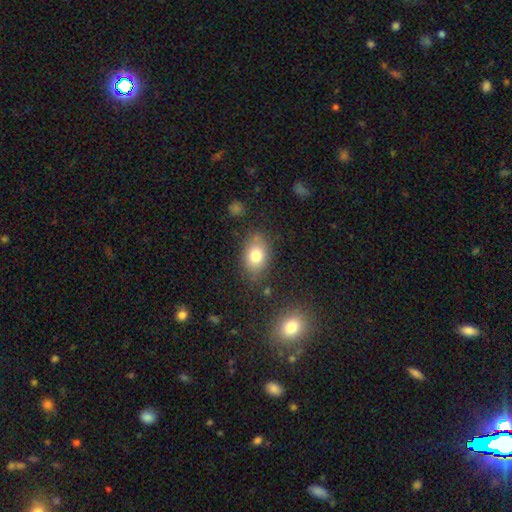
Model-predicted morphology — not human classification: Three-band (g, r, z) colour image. It shows a smooth galaxy with no disk features (78%) that is in between round and cigar-shaped (74%). Merging: none (76%).